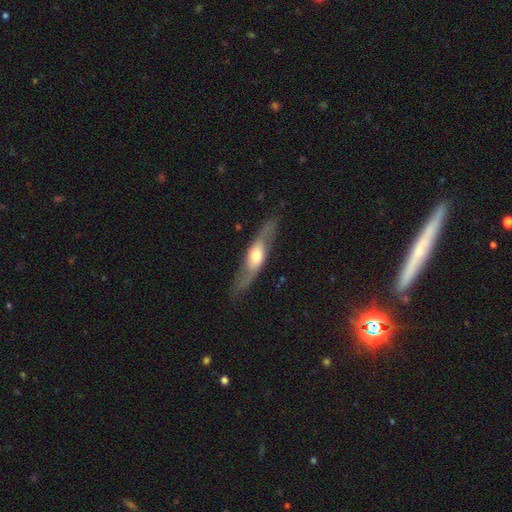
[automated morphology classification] smooth_or_featured: featured or disk (p=0.70) [alt: smooth p=0.25]
disk_edge_on: yes (p=0.52) [alt: no p=0.48]
merging: none (p=0.79) [alt: minor disturbance p=0.14]